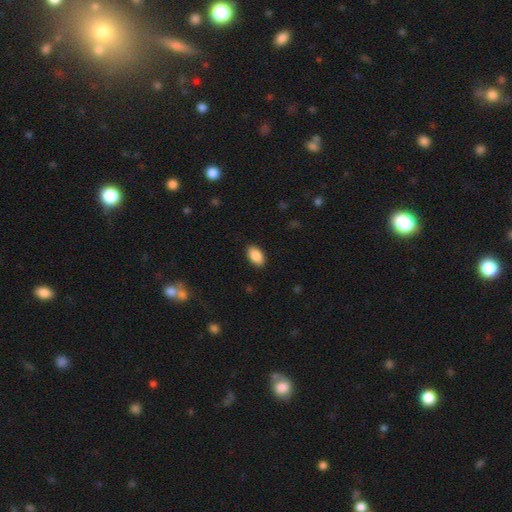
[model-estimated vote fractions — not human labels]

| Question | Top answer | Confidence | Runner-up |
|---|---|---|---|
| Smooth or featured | smooth | 90% | star or artifact (7%) |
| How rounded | in between | 93% | round (5%) |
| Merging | none | 89% | minor disturbance (8%) |